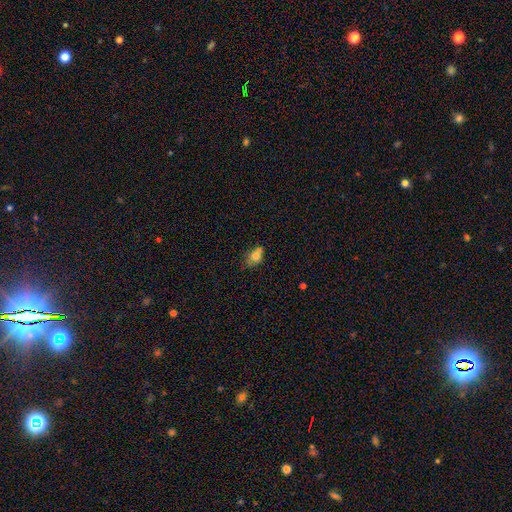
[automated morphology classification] This is likely a smooth galaxy (73%). How rounded: likely in between (76%). Merging: possibly none (46%).